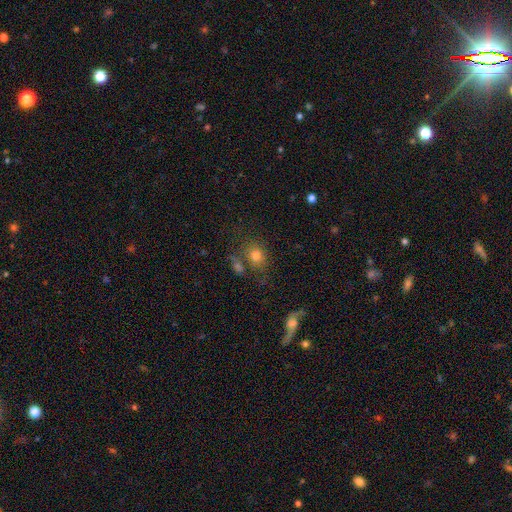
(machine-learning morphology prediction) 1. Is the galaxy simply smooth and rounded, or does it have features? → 76% smooth, 12% star or artifact, 11% featured or disk.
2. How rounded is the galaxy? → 69% round, 30% in between, 1% cigar-shaped.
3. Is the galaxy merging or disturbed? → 57% none, 18% merger, 16% minor disturbance, 8% major disturbance.